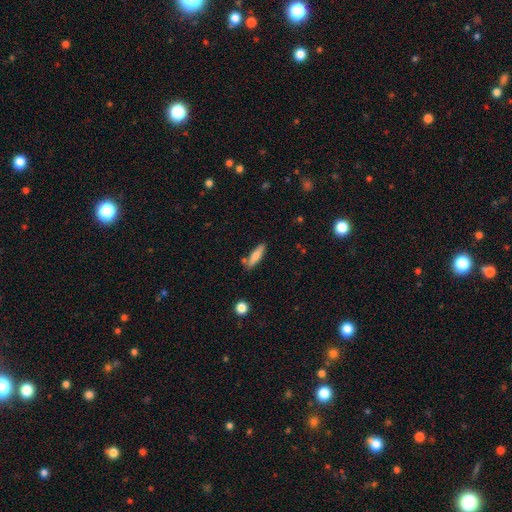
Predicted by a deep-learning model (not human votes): Overall: smooth (69%). How rounded: cigar-shaped (73%). Merging: none (79%).